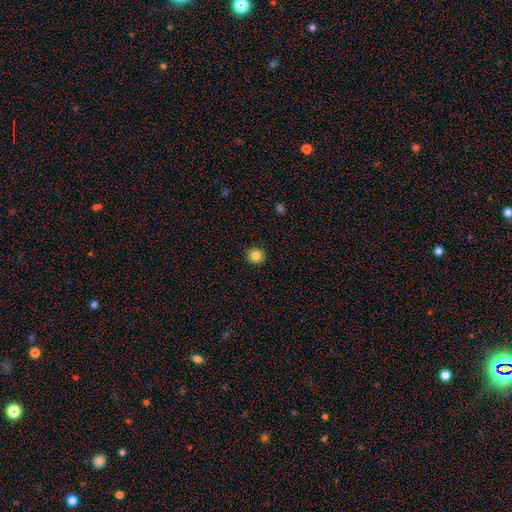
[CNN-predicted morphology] Smooth or featured: smooth — 83% (star or artifact — 11%)
How rounded: round — 92% (in between — 7%)
Merging: none — 93% (minor disturbance — 5%)